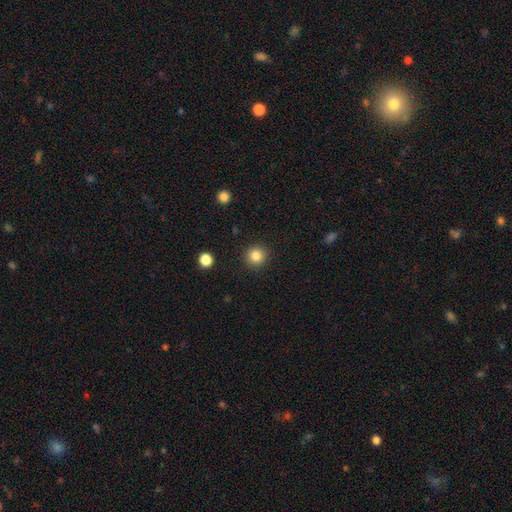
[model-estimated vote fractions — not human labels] Q: Smooth or featured?
A: smooth (85%); runner-up: star or artifact (11%)
Q: How rounded?
A: round (93%); runner-up: in between (6%)
Q: Merging?
A: none (91%); runner-up: minor disturbance (6%)